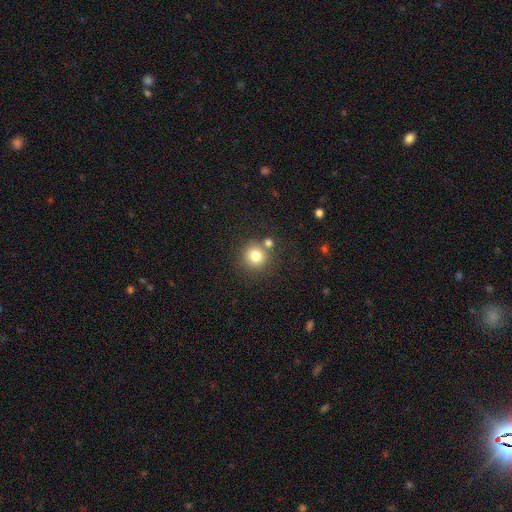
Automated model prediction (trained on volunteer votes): Smooth or featured? smooth (79%)
How rounded? round (92%)
Merging? none (72%)